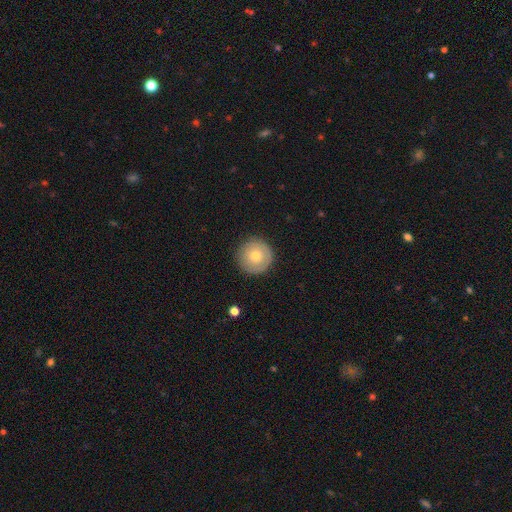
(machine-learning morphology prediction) This appears to be a smooth galaxy with no disk features (67%) that is round (96%). Merging: none (89%).